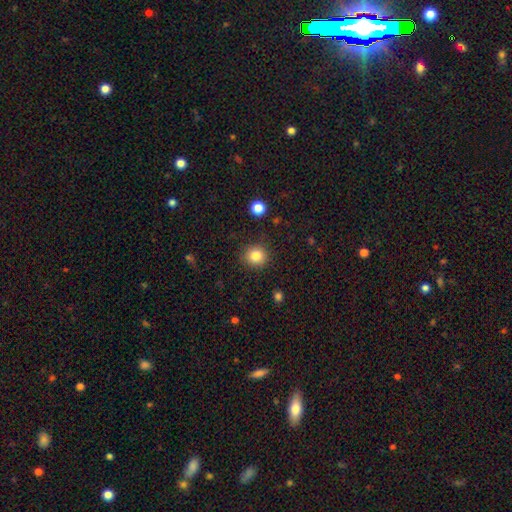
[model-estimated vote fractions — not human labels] A smooth galaxy with no disk features (83%) that is round (91%). Merging: none (89%).